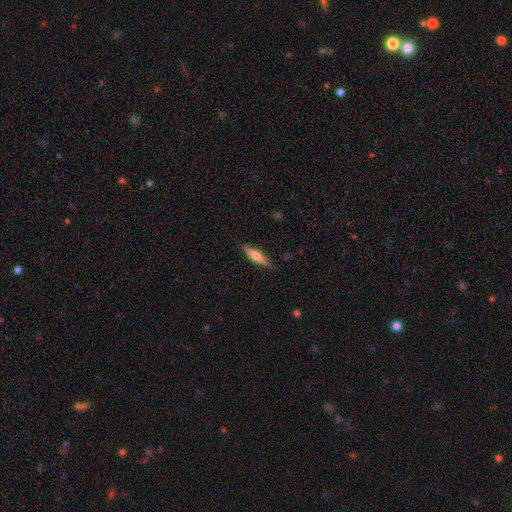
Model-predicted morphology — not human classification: Smooth or featured?
  - featured or disk: 51% *
  - smooth: 44%
  - star or artifact: 6%
Edge-on disk?
  - yes: 95% *
  - no: 5%
Merging?
  - none: 87% *
  - minor disturbance: 10%
  - major disturbance: 2%
  - merger: 1%